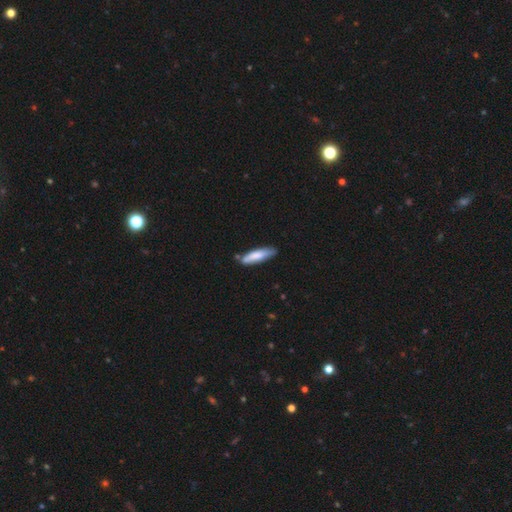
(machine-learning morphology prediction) This appears to be a smooth galaxy with no disk features (74%) that is cigar-shaped (71%). Merging: none (65%).